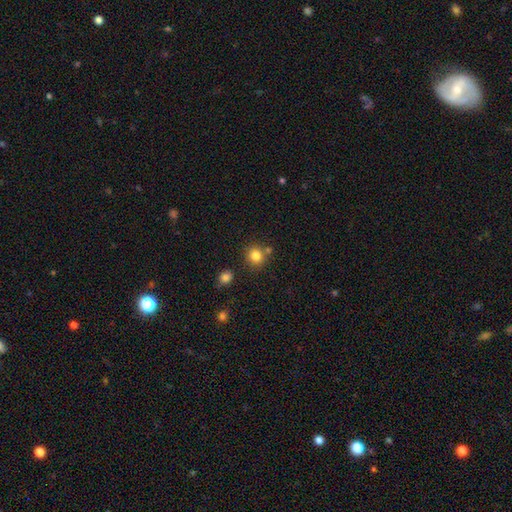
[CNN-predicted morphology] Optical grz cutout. It shows a smooth galaxy with no disk features (83%) that is round (88%). Merging: none (75%).